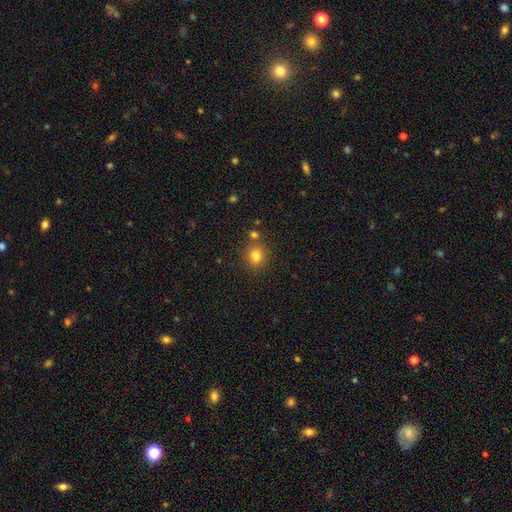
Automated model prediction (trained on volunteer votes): Smooth or featured: smooth — 81% (star or artifact — 13%)
How rounded: round — 71% (in between — 28%)
Merging: none — 75% (merger — 11%)